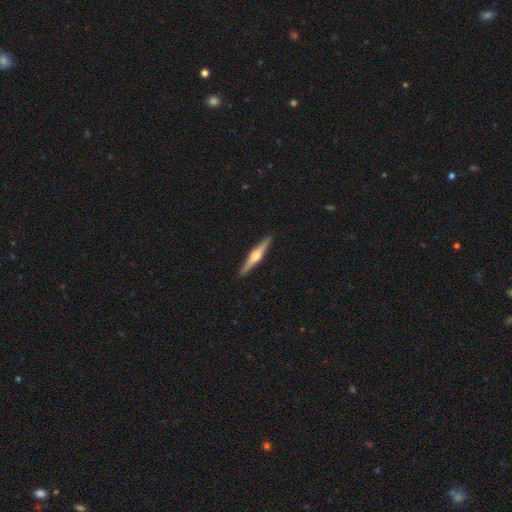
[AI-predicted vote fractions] smooth-or-featured: featured or disk: 72% | smooth: 23% | star or artifact: 5%
  disk-edge-on: yes: 98% | no: 2%
    edge-on-bulge: rounded: 93% | boxy: 4% | none: 3%
  merging: none: 92% | minor disturbance: 6% | major disturbance: 1% | merger: 1%